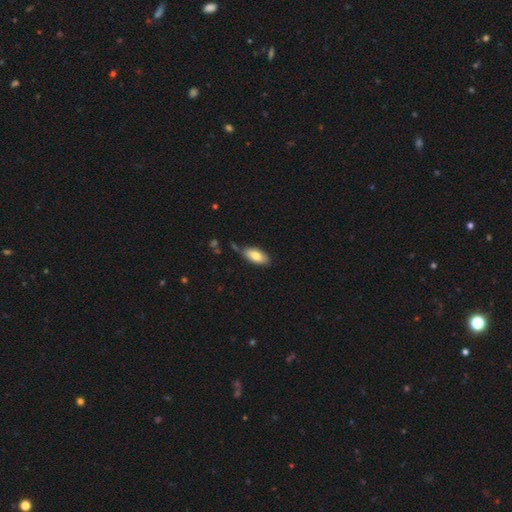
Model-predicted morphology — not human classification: Overall: smooth (78%). How rounded: in between (88%). Merging: none (70%).